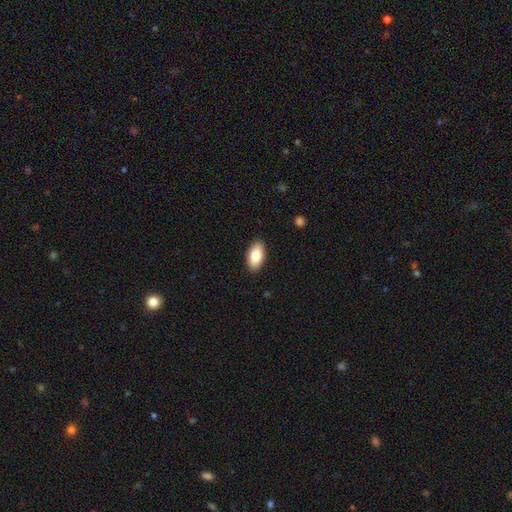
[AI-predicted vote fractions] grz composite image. It shows a smooth galaxy with no disk features (81%) that is in between round and cigar-shaped (94%). Merging: none (90%).